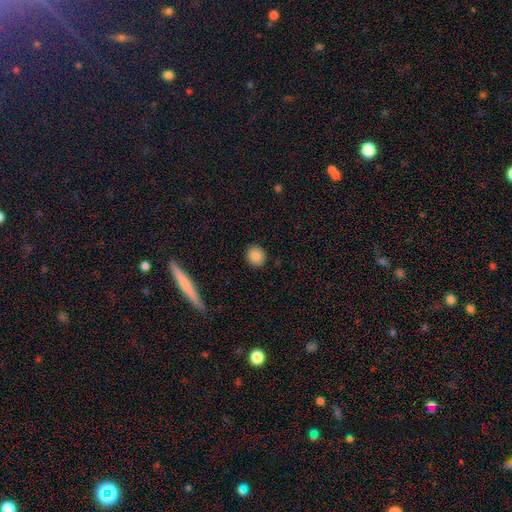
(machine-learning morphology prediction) smooth-or-featured: smooth: 87% | star or artifact: 9% | featured or disk: 4%
  how-rounded: round: 87% | in between: 12% | cigar-shaped: 1%
  merging: none: 91% | minor disturbance: 6% | major disturbance: 2% | merger: 1%